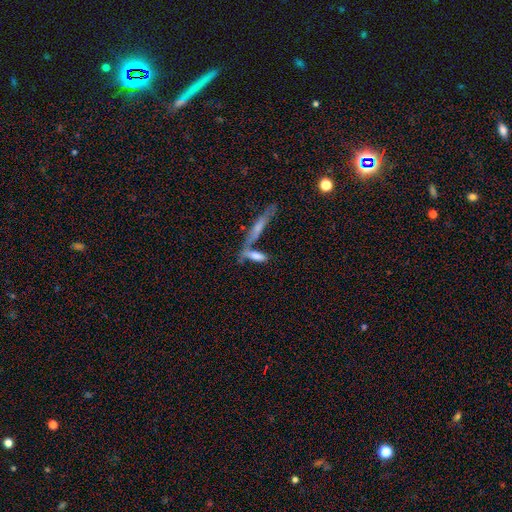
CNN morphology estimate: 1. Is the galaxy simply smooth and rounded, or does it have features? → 68% smooth, 24% featured or disk, 8% star or artifact.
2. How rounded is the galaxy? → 64% cigar-shaped, 34% in between, 3% round.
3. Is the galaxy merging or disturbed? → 41% none, 40% merger, 12% minor disturbance, 6% major disturbance.